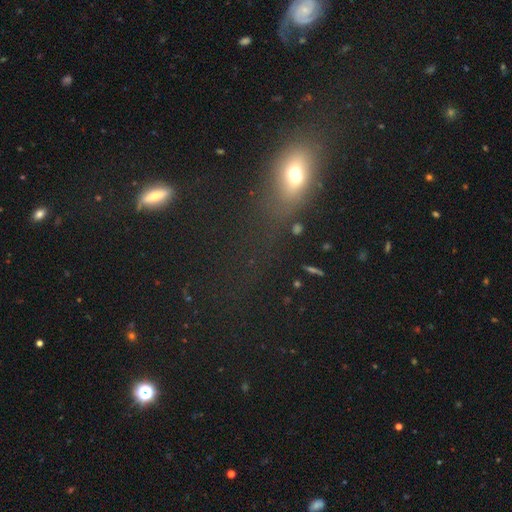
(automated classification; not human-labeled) The model was most divided on "smooth or featured": smooth: 53%, star or artifact: 32%, featured or disk: 15%. More confident: merging — none (59%); how rounded — in between (58%).